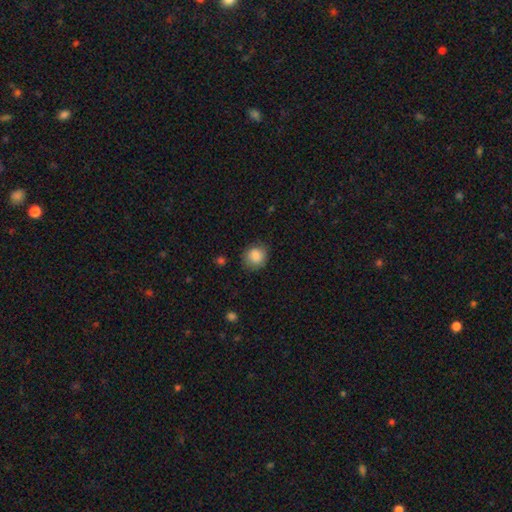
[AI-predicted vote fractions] smooth 85%, star or artifact 8%, featured or disk 7%. Down the decision tree: how rounded — round (79%); merging — none (79%).